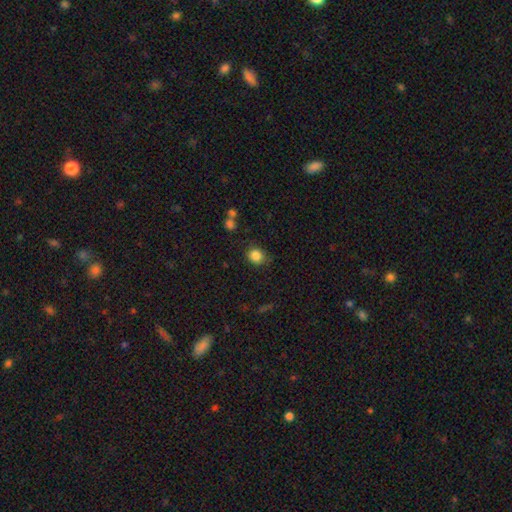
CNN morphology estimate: A smooth galaxy with no disk features (85%) that is round (76%). Merging: none (78%).